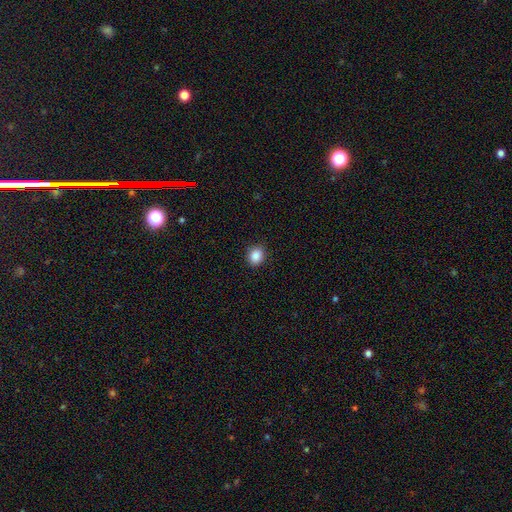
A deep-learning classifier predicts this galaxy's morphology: Smooth or featured? smooth (88%)
How rounded? round (70%)
Merging? none (90%)